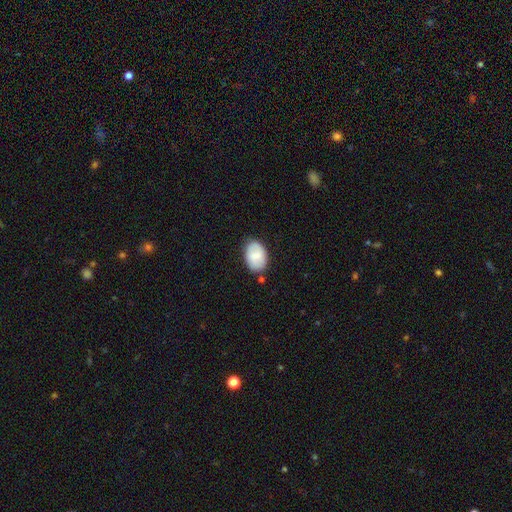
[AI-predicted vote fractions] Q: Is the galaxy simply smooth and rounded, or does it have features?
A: smooth — 76%.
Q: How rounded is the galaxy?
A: in between — 87%.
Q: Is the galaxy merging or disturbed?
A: none — 77%.